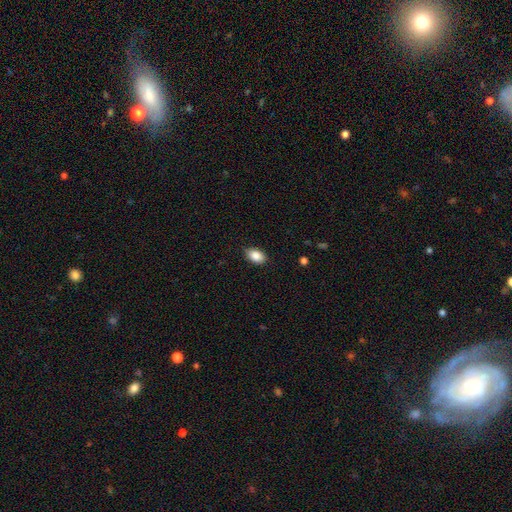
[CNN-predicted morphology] type=smooth (87%); roundness=in between (88%); merging=none (84%).